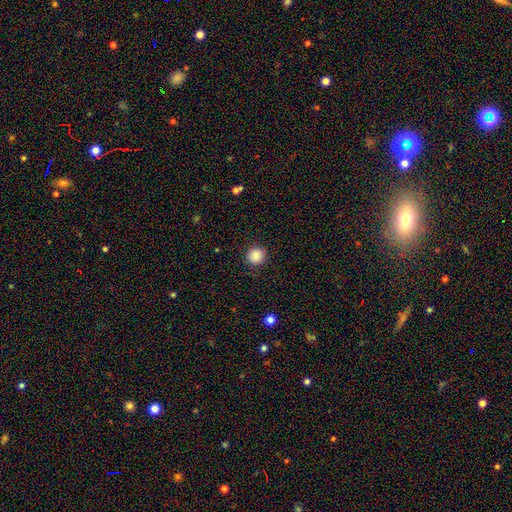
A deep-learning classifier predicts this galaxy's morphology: type=smooth (87%); roundness=round (92%); merging=none (90%).